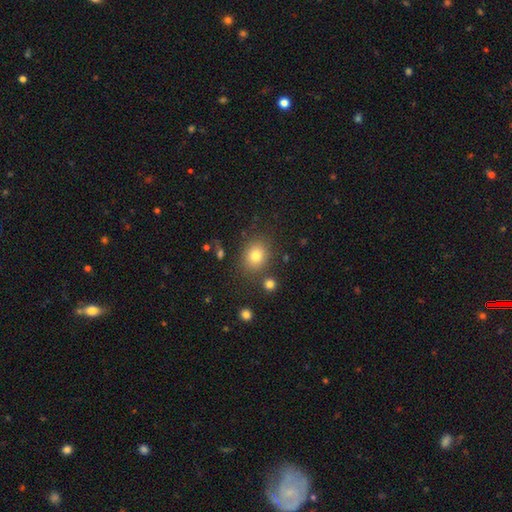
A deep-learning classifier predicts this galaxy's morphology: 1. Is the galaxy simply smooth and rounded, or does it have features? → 79% smooth, 12% star or artifact, 8% featured or disk.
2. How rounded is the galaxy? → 65% round, 34% in between, 1% cigar-shaped.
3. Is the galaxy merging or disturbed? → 81% none, 10% minor disturbance, 5% merger, 4% major disturbance.